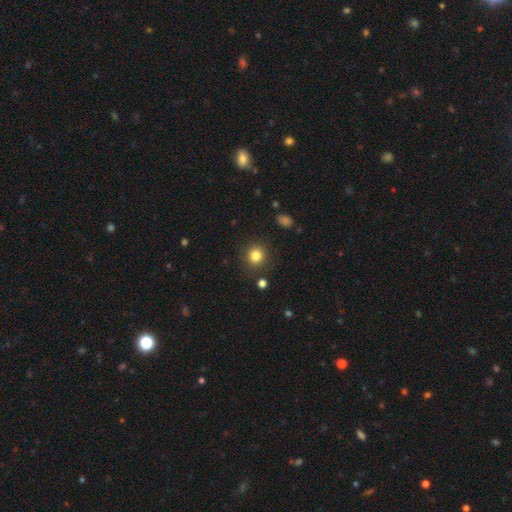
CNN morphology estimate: A smooth galaxy with no disk features (83%) that is round (89%). Merging: none (87%).